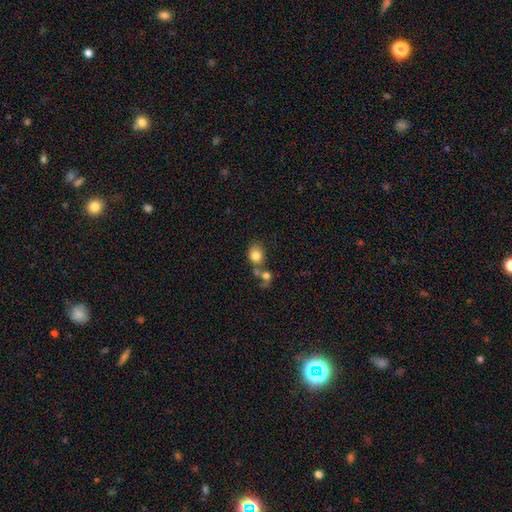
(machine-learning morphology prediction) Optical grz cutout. It shows a smooth galaxy with no disk features (80%) that is round (61%). Merging: merger (44%).